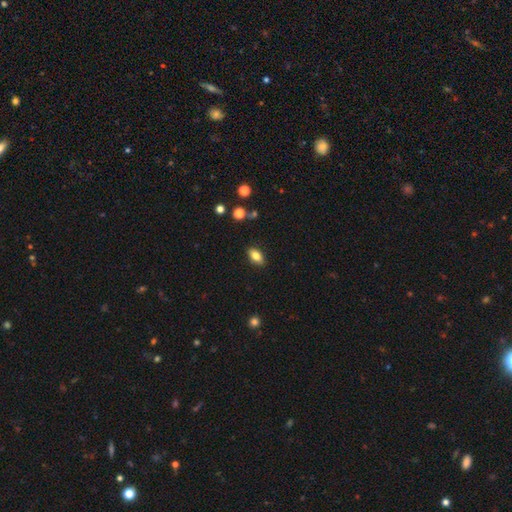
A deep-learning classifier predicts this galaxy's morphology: A smooth galaxy with no disk features (78%) that is in between round and cigar-shaped (87%). Merging: none (88%).